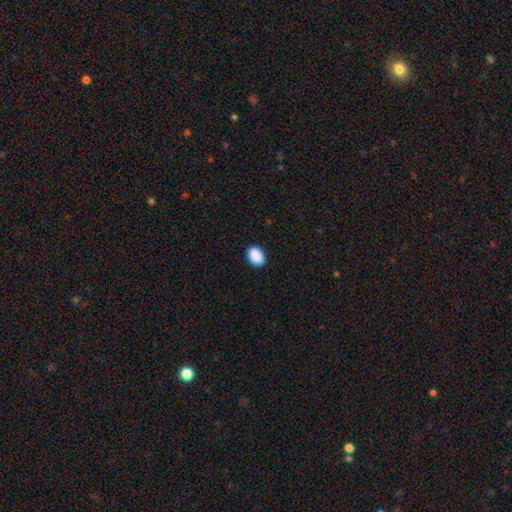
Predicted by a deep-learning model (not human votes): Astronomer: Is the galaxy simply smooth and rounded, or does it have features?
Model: smooth — 91%.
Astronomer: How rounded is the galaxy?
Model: in between — 77%.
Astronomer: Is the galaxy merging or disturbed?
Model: none — 91%.